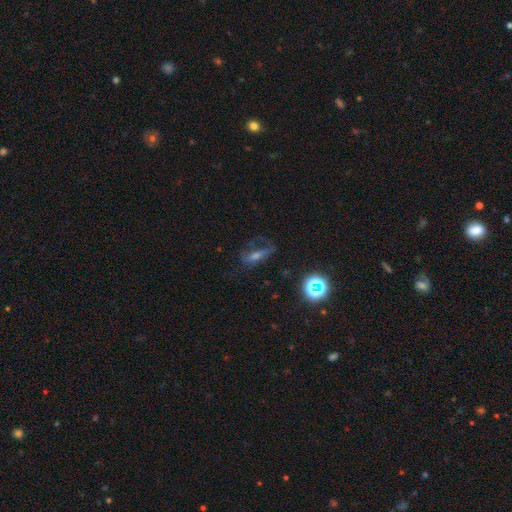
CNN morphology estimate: The model was most divided on "smooth or featured": featured or disk: 47%, smooth: 29%, star or artifact: 24%. More confident: merging — none (53%).